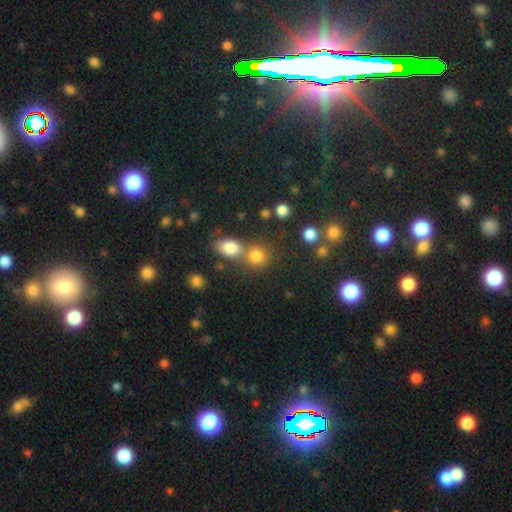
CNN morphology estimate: type=smooth (77%); roundness=round (78%); merging=none (54%).